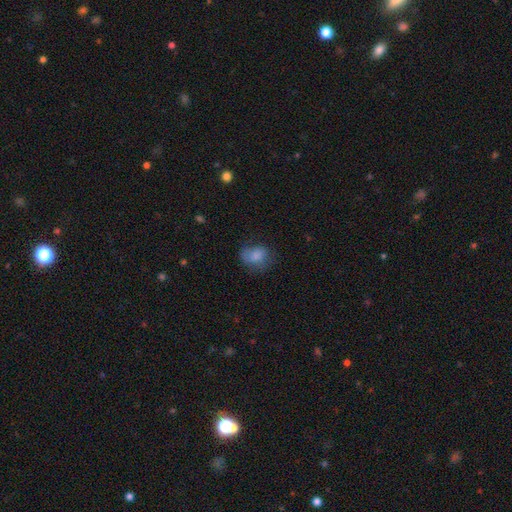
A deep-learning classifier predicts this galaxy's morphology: smooth_or_featured: smooth (p=0.74) [alt: featured or disk p=0.15]
how_rounded: in between (p=0.58) [alt: round p=0.41]
merging: none (p=0.51) [alt: minor disturbance p=0.28]